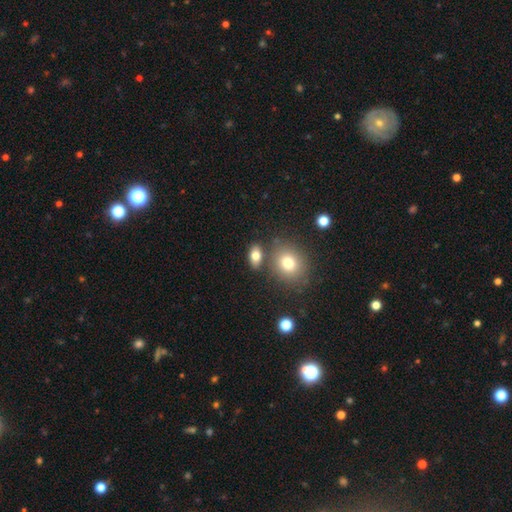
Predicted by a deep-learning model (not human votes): A smooth galaxy with no disk features (78%) that is in between round and cigar-shaped (79%).

Vote fractions:
- Smooth or featured? smooth: 78% / featured or disk: 11% / star or artifact: 11%
- How rounded? in between: 79% / round: 17% / cigar-shaped: 4%
- Merging? none: 74% / merger: 12% / minor disturbance: 11% / major disturbance: 4%